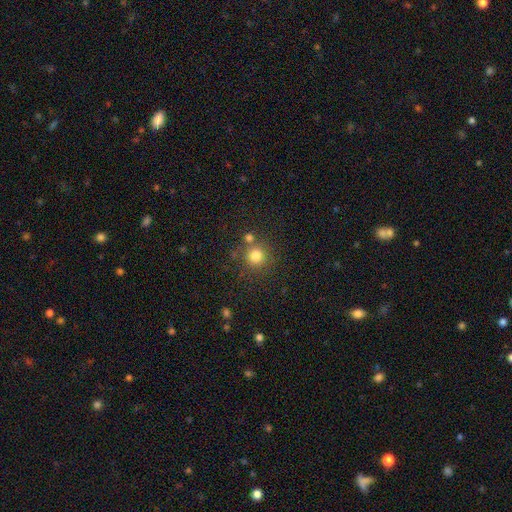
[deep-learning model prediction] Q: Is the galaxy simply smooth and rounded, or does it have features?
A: smooth — 79%.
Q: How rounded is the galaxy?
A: round — 94%.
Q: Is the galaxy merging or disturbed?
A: none — 75%.